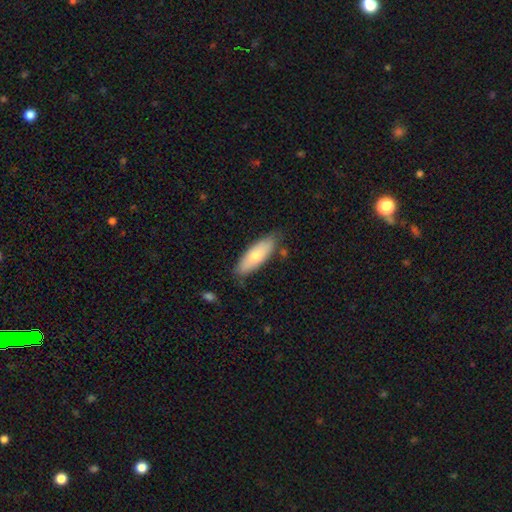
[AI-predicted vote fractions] smooth 65%, featured or disk 28%, star or artifact 6%. Down the decision tree: how rounded — in between (59%); merging — none (81%).